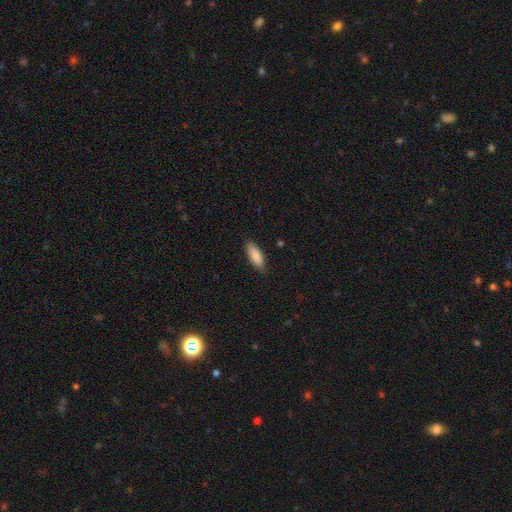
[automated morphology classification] A smooth galaxy with no disk features (85%) that is in between round and cigar-shaped (62%).

Vote fractions:
- Smooth or featured? smooth: 85% / featured or disk: 9% / star or artifact: 6%
- How rounded? in between: 62% / cigar-shaped: 36% / round: 2%
- Merging? none: 85% / minor disturbance: 12% / major disturbance: 2% / merger: 1%